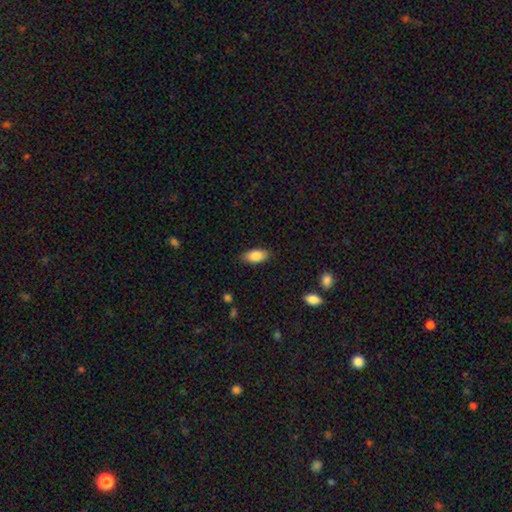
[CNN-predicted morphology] This appears to be a smooth galaxy with no disk features (85%) that is in between round and cigar-shaped (91%). Merging: none (86%).